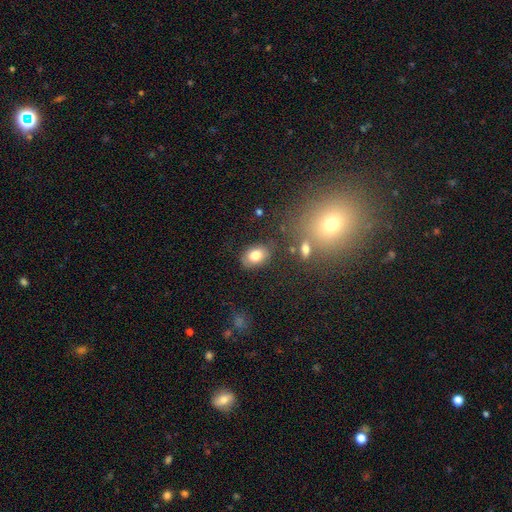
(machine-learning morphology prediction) Smooth or featured: smooth — 80% (featured or disk — 11%)
How rounded: in between — 81% (round — 17%)
Merging: none — 78% (minor disturbance — 14%)